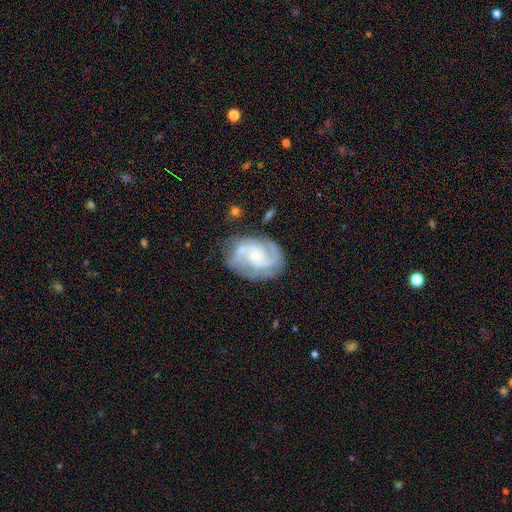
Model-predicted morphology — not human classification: Smooth or featured? featured or disk (88%)
Edge-on disk? no (98%)
Bar? no (64%)
Spiral arms? yes (97%)
Spiral winding? medium (46%)
Spiral arm count? 2 (49%)
Bulge size? small (76%)
Merging? none (72%)